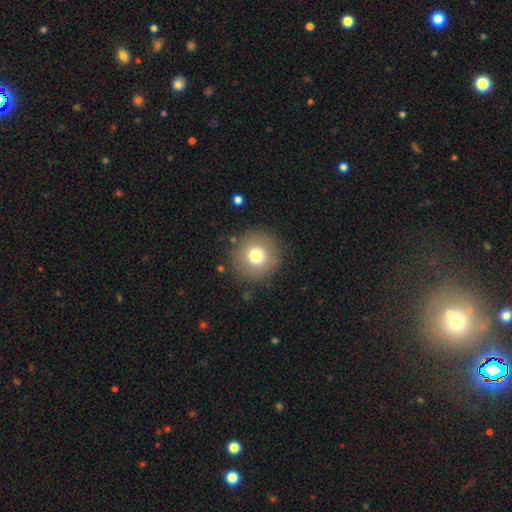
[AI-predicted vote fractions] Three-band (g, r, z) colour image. It shows a smooth galaxy with no disk features (75%) that is round (95%). Merging: none (89%).